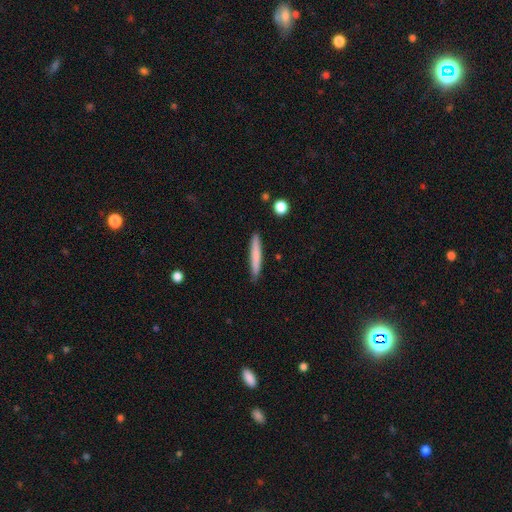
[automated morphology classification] type=smooth (75%); roundness=cigar-shaped (95%); merging=none (88%).